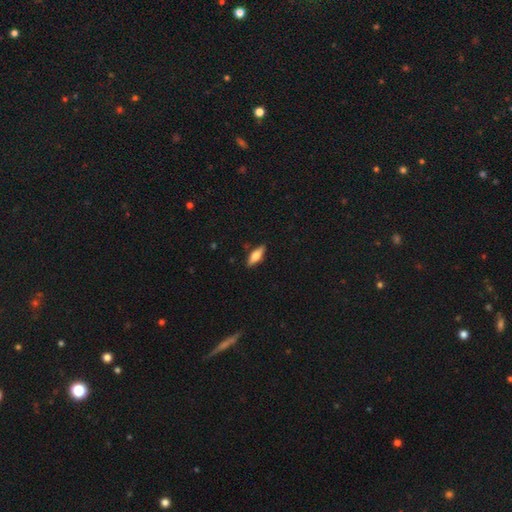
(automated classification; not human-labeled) smooth-or-featured: smooth: 56% | featured or disk: 38% | star or artifact: 6%
  how-rounded: in between: 58% | cigar-shaped: 40% | round: 3%
  merging: none: 87% | minor disturbance: 10% | major disturbance: 2% | merger: 1%